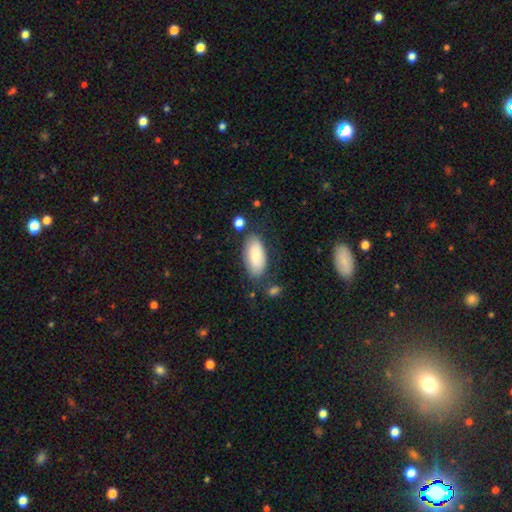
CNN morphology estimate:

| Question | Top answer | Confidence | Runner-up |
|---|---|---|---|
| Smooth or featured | smooth | 84% | featured or disk (10%) |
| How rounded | in between | 91% | cigar-shaped (7%) |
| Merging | none | 72% | minor disturbance (17%) |